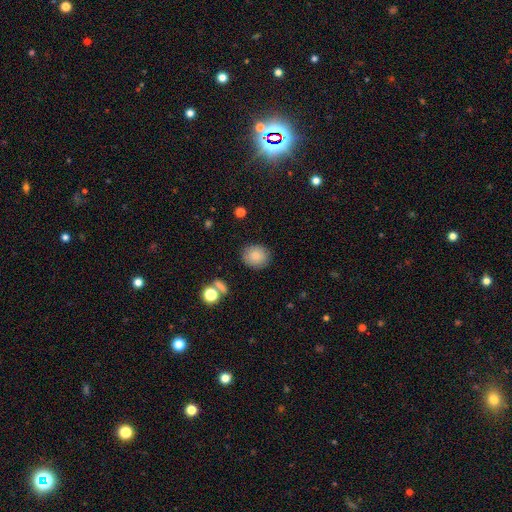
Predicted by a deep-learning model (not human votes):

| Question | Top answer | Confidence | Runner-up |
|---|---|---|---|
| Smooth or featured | smooth | 83% | star or artifact (10%) |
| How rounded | round | 75% | in between (23%) |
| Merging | none | 85% | minor disturbance (10%) |